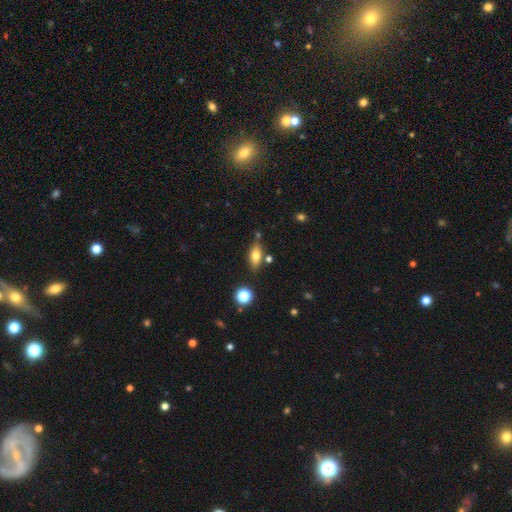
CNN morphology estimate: Q: Smooth or featured?
A: smooth (71%); runner-up: featured or disk (20%)
Q: How rounded?
A: in between (79%); runner-up: cigar-shaped (16%)
Q: Merging?
A: none (77%); runner-up: minor disturbance (13%)